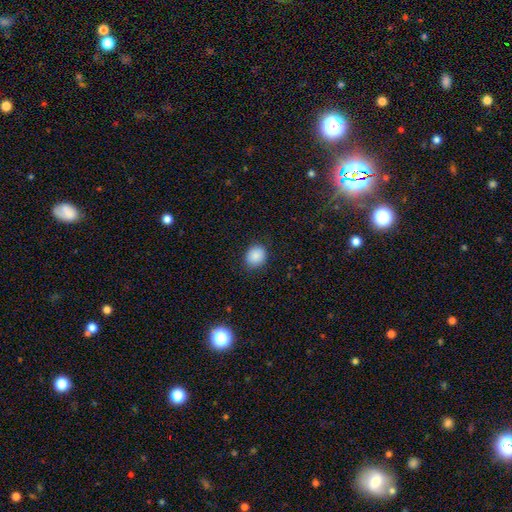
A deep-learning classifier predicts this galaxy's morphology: The model was most divided on "how rounded": round: 67%, in between: 32%, cigar-shaped: 1%. More confident: smooth or featured — smooth (88%); merging — none (85%).